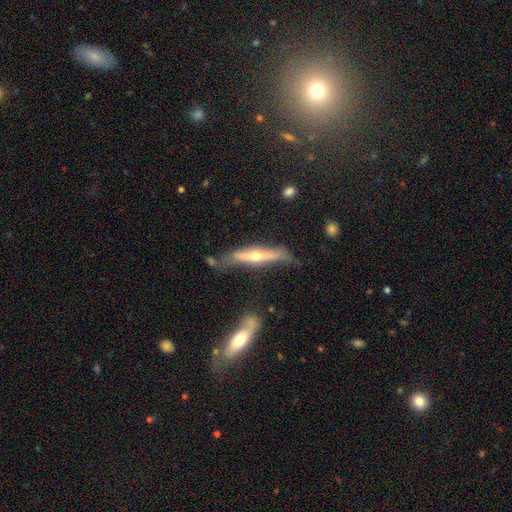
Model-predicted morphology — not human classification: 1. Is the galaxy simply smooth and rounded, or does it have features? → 69% featured or disk, 23% smooth, 8% star or artifact.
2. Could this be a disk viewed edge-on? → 91% yes, 9% no.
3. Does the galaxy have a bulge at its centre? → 85% rounded, 9% none, 6% boxy.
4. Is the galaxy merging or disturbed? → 59% none, 26% minor disturbance, 9% major disturbance, 6% merger.